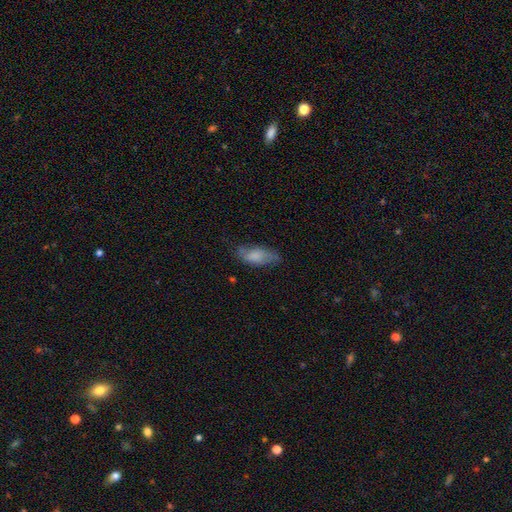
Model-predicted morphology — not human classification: Smooth or featured?
  - smooth: 71% *
  - featured or disk: 22%
  - star or artifact: 7%
How rounded?
  - in between: 78% *
  - cigar-shaped: 20%
  - round: 2%
Merging?
  - none: 59% *
  - minor disturbance: 29%
  - major disturbance: 10%
  - merger: 2%